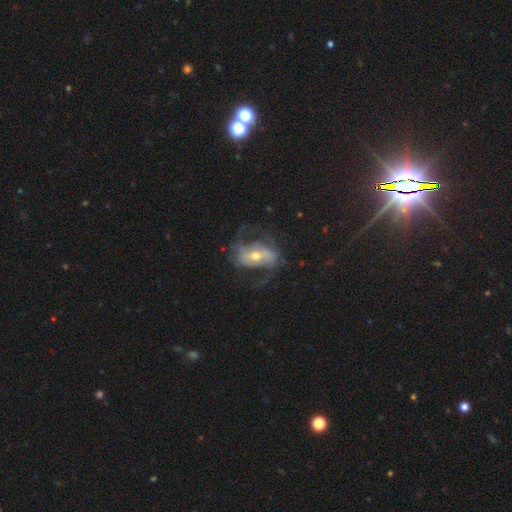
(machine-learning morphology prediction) The model was most divided on "spiral winding": loose: 45%, medium: 42%, tight: 14%. Remaining: edge-on disk — no (93%); spiral arm count — 2 (83%); spiral arms — yes (80%); smooth or featured — featured or disk (76%); bulge size — moderate (59%); merging — none (58%); bar — strong (39%).